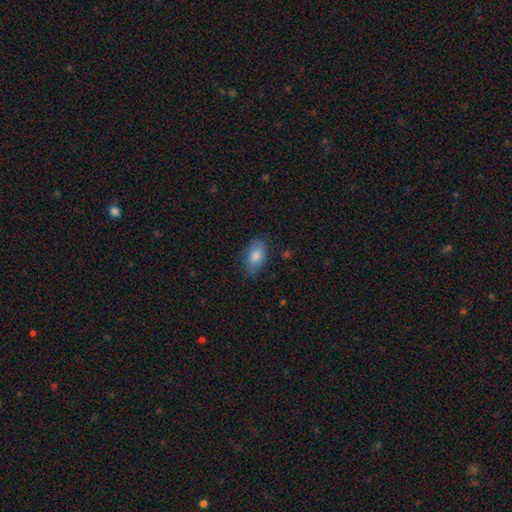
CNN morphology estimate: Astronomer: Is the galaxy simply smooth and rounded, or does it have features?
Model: smooth — 82%.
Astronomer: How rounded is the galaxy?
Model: in between — 90%.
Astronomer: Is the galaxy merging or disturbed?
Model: none — 82%.